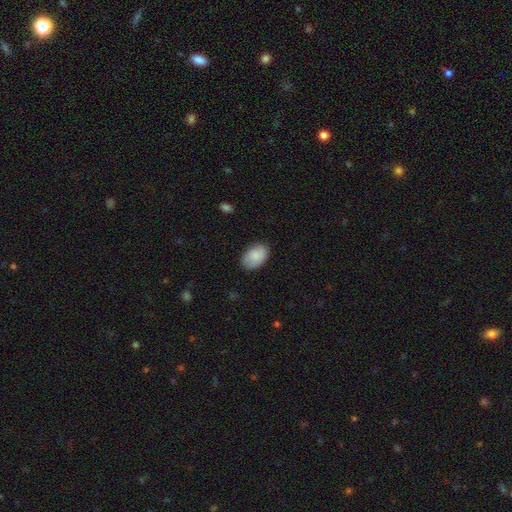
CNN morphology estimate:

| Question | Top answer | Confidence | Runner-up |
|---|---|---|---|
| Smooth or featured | smooth | 82% | featured or disk (12%) |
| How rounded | in between | 90% | round (9%) |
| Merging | none | 82% | minor disturbance (14%) |